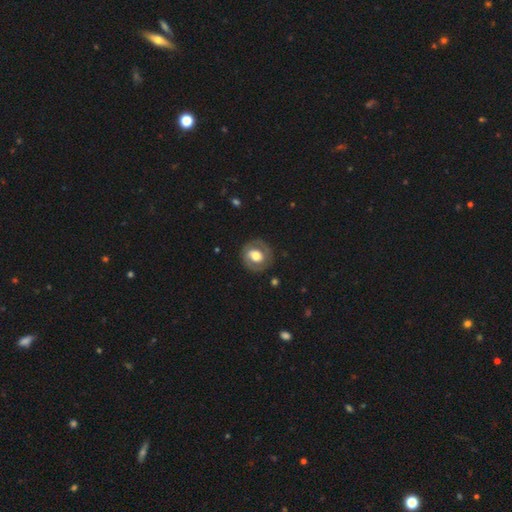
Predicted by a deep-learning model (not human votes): smooth-or-featured: featured or disk: 55% | smooth: 40% | star or artifact: 6%
  disk-edge-on: no: 96% | yes: 4%
    bar: no: 54% | weak: 32% | strong: 14%
    has-spiral-arms: no: 50% (tied) | yes: 50% (tied)
    bulge-size: moderate: 51% | large: 40% | small: 5% | dominant: 3% | none: 1%
  merging: none: 82% | minor disturbance: 11% | major disturbance: 5% | merger: 1%